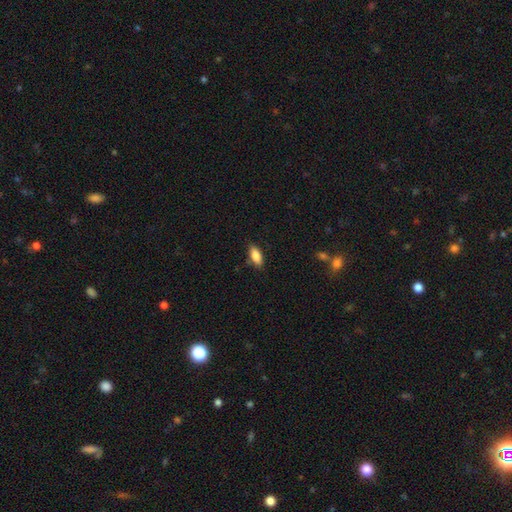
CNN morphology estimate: smooth-or-featured: smooth: 86% | featured or disk: 7% | star or artifact: 7%
  how-rounded: in between: 84% | cigar-shaped: 14% | round: 2%
  merging: none: 83% | minor disturbance: 13% | major disturbance: 2% | merger: 1%